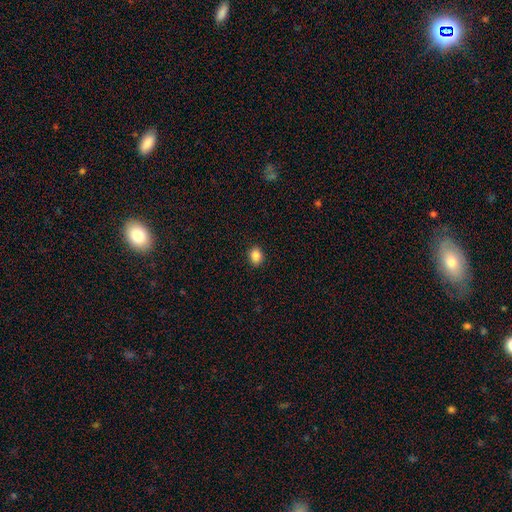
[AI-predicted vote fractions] This is clearly a smooth galaxy (86%). How rounded: possibly round (51%). Merging: clearly none (91%).